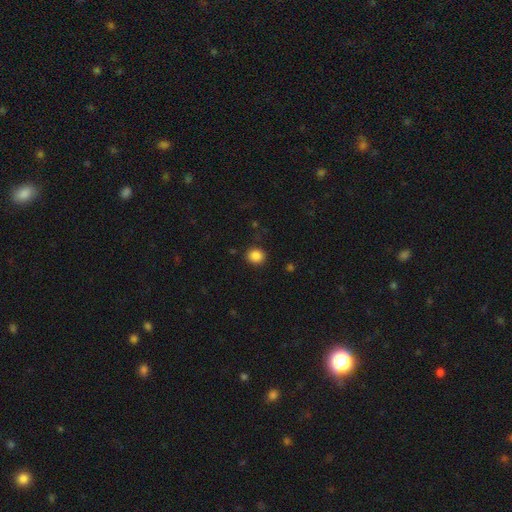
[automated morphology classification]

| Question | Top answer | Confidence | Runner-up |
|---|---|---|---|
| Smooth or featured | smooth | 86% | star or artifact (10%) |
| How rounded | round | 80% | in between (20%) |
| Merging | none | 89% | minor disturbance (8%) |